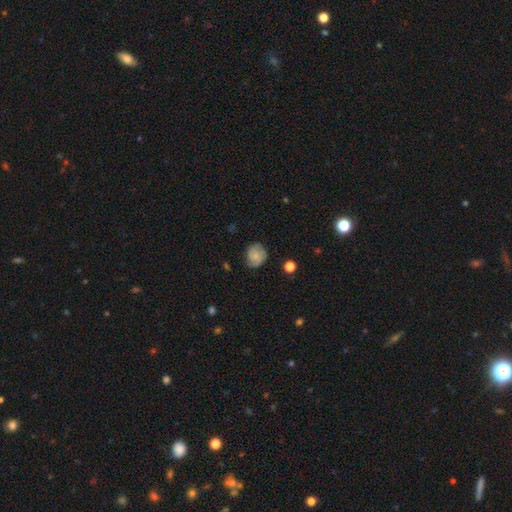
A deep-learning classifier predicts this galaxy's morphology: Q: Smooth or featured?
A: smooth (59%); runner-up: featured or disk (33%)
Q: How rounded?
A: round (74%); runner-up: in between (25%)
Q: Merging?
A: none (68%); runner-up: minor disturbance (24%)